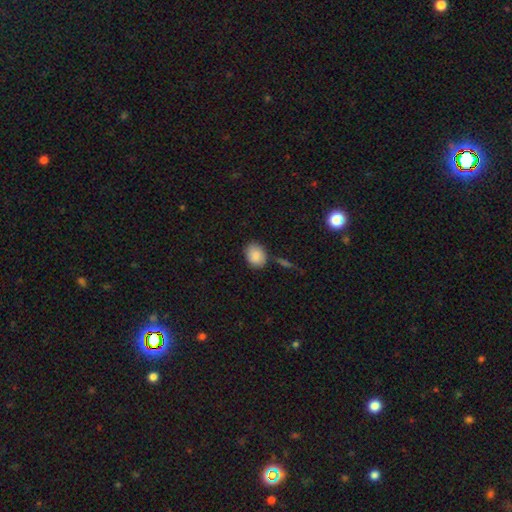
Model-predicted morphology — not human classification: smooth_or_featured: smooth (p=0.88) [alt: star or artifact p=0.07]
how_rounded: in between (p=0.57) [alt: round p=0.42]
merging: none (p=0.76) [alt: minor disturbance p=0.15]